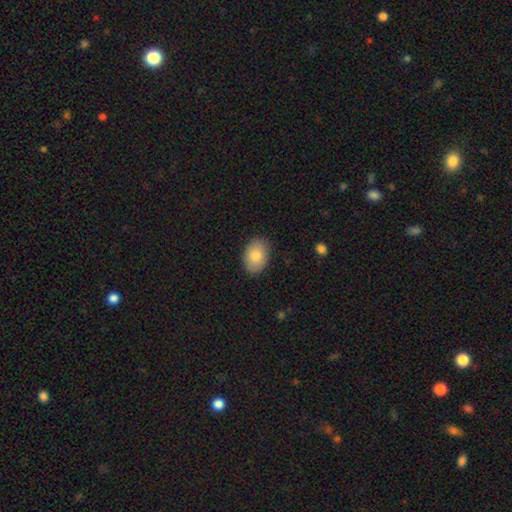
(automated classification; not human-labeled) Overall: smooth (82%). How rounded: in between (85%). Merging: none (87%).